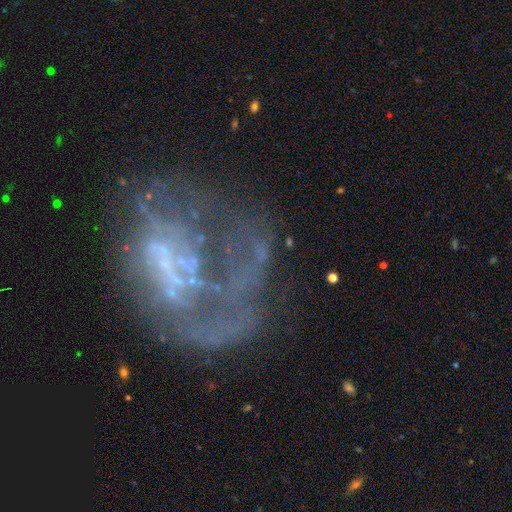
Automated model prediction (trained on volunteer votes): Smooth or featured?
  - featured or disk: 69% *
  - star or artifact: 17%
  - smooth: 14%
Edge-on disk?
  - no: 98% *
  - yes: 2%
Bar?
  - no: 76% *
  - weak: 17%
  - strong: 7%
Spiral arms?
  - no: 69% *
  - yes: 31%
Bulge size?
  - none: 69% *
  - small: 17%
  - moderate: 9%
  - large: 3%
  - dominant: 1%
Merging?
  - major disturbance: 48% *
  - none: 29%
  - minor disturbance: 14%
  - merger: 9%